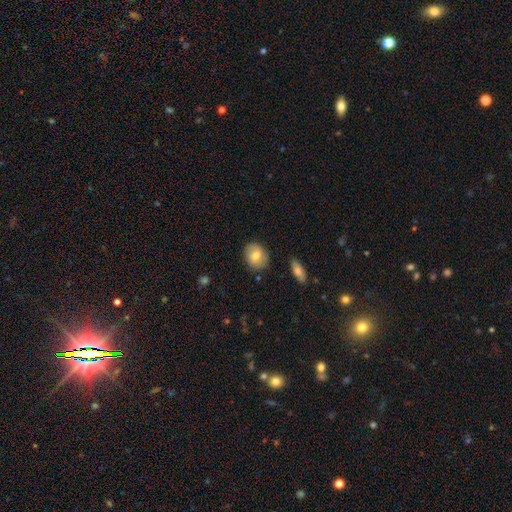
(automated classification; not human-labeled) Morphology: type=smooth (73%); roundness=round (56%); merging=none (84%).